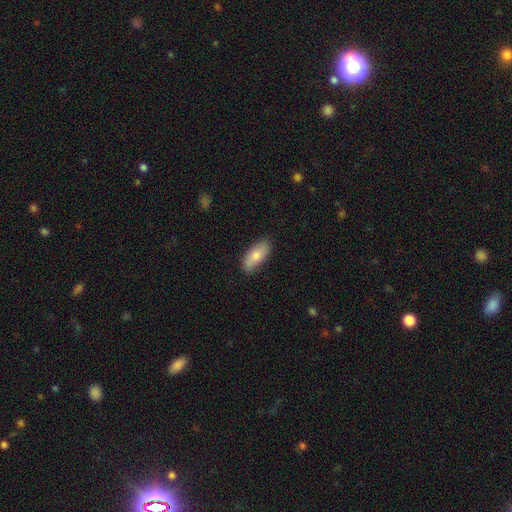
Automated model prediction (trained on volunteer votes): A smooth galaxy with no disk features (77%) that is in between round and cigar-shaped (86%). Merging: none (85%).